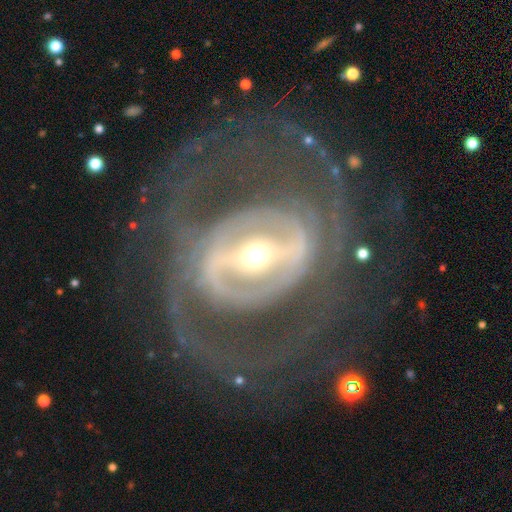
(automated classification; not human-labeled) Smooth or featured? Predicted: featured or disk (p=0.88). Edge-on disk? Predicted: no (p=0.94). Bar? Predicted: strong (p=0.69). Spiral arms? Predicted: yes (p=0.80). Spiral winding? Predicted: tight (p=0.42). Spiral arm count? Predicted: 2 (p=0.55). Bulge size? Predicted: moderate (p=0.52). Merging? Predicted: none (p=0.66).